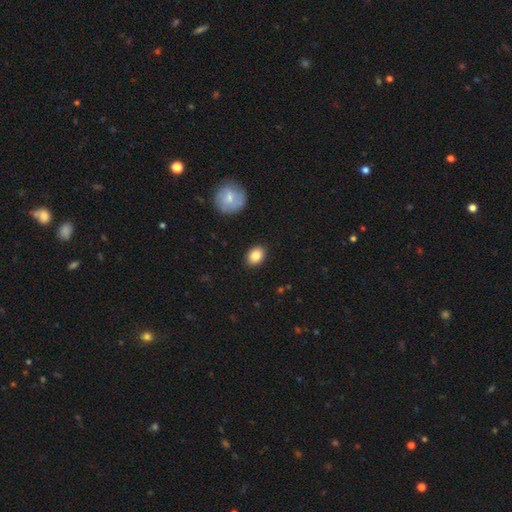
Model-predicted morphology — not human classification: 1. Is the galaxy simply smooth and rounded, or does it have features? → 85% smooth, 8% star or artifact, 7% featured or disk.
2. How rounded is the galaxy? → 69% in between, 29% round, 1% cigar-shaped.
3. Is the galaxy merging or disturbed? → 89% none, 8% minor disturbance, 2% major disturbance, 1% merger.